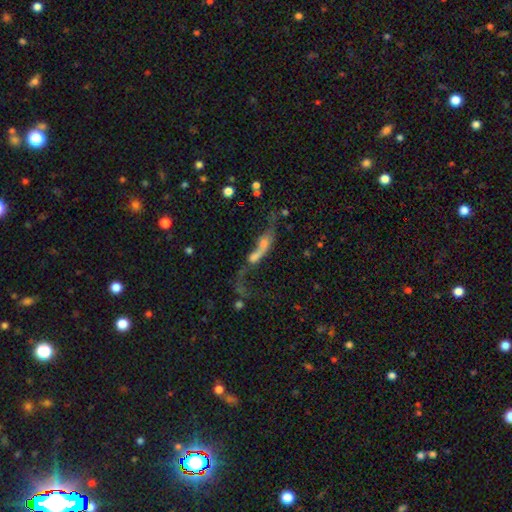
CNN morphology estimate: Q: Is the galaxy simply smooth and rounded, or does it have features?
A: featured or disk — 52%.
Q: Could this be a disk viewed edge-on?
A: no — 79%.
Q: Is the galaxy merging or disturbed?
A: merger — 51%.